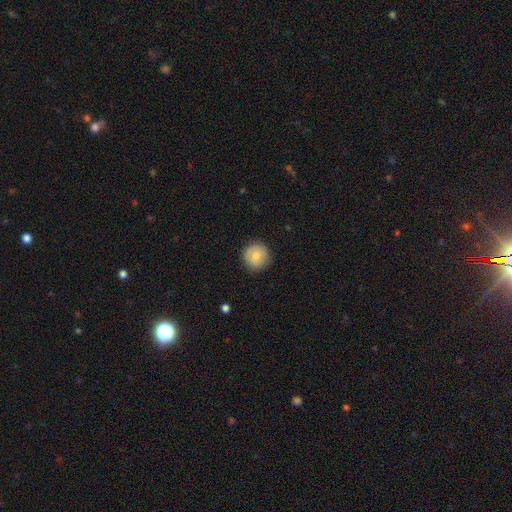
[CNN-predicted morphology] Smooth or featured? Predicted: smooth (p=0.76). How rounded? Predicted: round (p=0.95). Merging? Predicted: none (p=0.87).